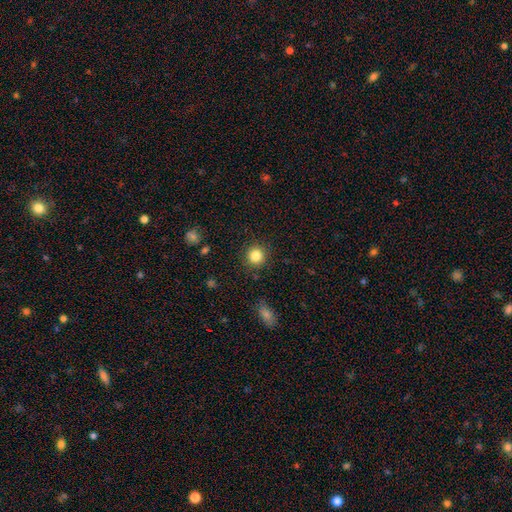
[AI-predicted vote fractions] smooth 85%, star or artifact 10%, featured or disk 5%. Down the decision tree: how rounded — round (93%); merging — none (89%).